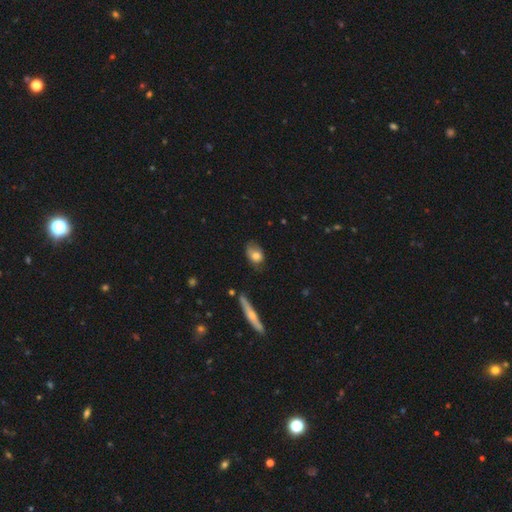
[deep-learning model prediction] Q: Smooth or featured?
A: smooth (73%); runner-up: featured or disk (19%)
Q: How rounded?
A: in between (73%); runner-up: round (24%)
Q: Merging?
A: none (49%); runner-up: minor disturbance (35%)